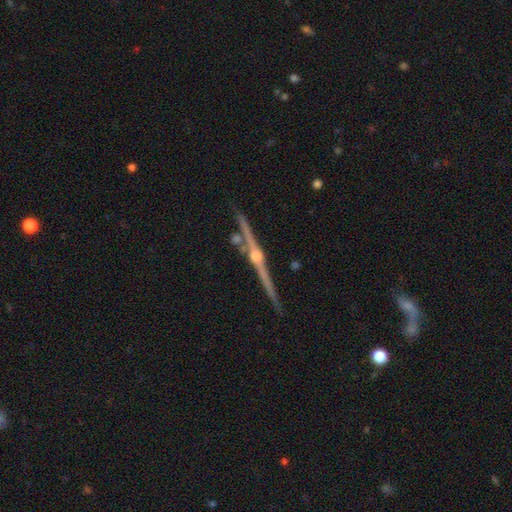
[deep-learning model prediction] A featured or disk galaxy (88%) viewed edge-on (98%) with a rounded central bulge (92%).

Vote fractions:
- Smooth or featured? featured or disk: 88% / star or artifact: 6% / smooth: 6%
- Edge-on disk? yes: 98% / no: 2%
- Edge-on bulge? rounded: 92% / boxy: 4% / none: 4%
- Merging? none: 84% / minor disturbance: 9% / merger: 5% / major disturbance: 2%